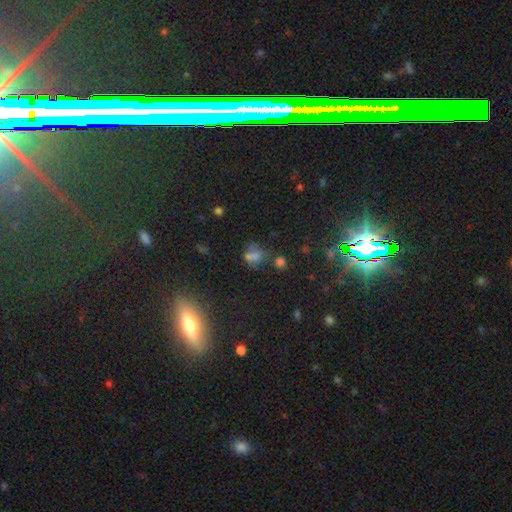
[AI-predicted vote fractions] Overall: star or artifact (45%; smooth 43%).